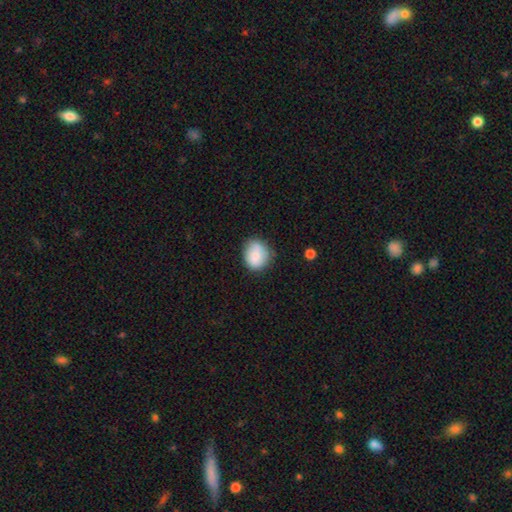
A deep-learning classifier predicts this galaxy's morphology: The model was most divided on "how rounded": round: 64%, in between: 35%, cigar-shaped: 1%. More confident: smooth or featured — smooth (83%); merging — none (67%).